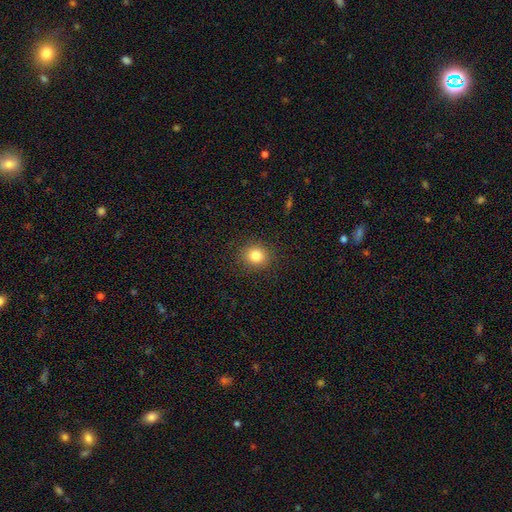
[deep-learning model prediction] Smooth or featured?
  - smooth: 83% *
  - star or artifact: 11%
  - featured or disk: 6%
How rounded?
  - round: 84% *
  - in between: 15%
  - cigar-shaped: 1%
Merging?
  - none: 90% *
  - minor disturbance: 7%
  - major disturbance: 2%
  - merger: 1%